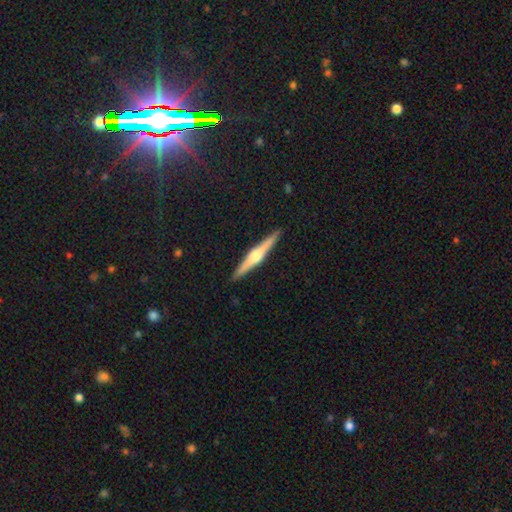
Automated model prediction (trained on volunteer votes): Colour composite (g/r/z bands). It shows a featured or disk galaxy (76%) viewed edge-on (98%) with a rounded central bulge (91%). Merging: none (92%).